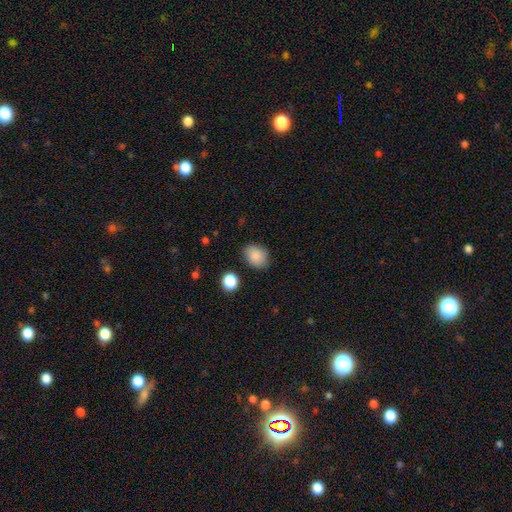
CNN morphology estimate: Q: Smooth or featured?
A: smooth (87%); runner-up: star or artifact (9%)
Q: How rounded?
A: in between (58%); runner-up: round (41%)
Q: Merging?
A: none (81%); runner-up: minor disturbance (14%)